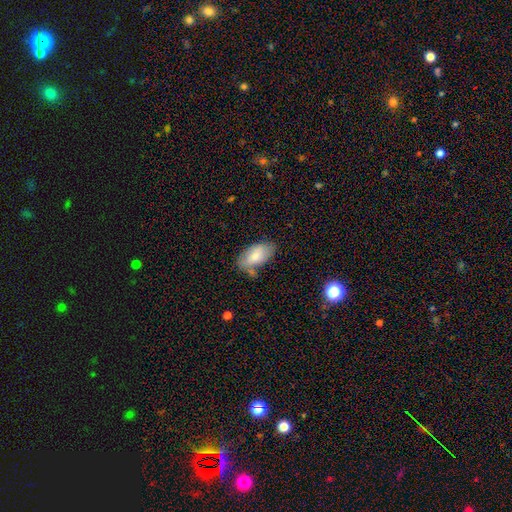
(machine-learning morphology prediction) smooth_or_featured: smooth (p=0.78) [alt: featured or disk p=0.16]
how_rounded: in between (p=0.94) [alt: round p=0.03]
merging: none (p=0.61) [alt: minor disturbance p=0.25]